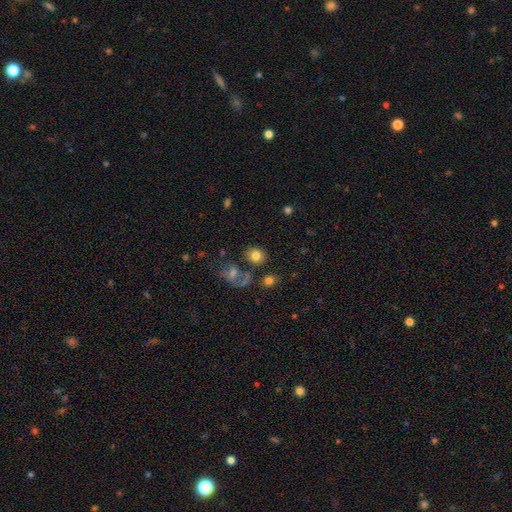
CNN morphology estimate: Smooth or featured? smooth (80%)
How rounded? round (70%)
Merging? none (73%)